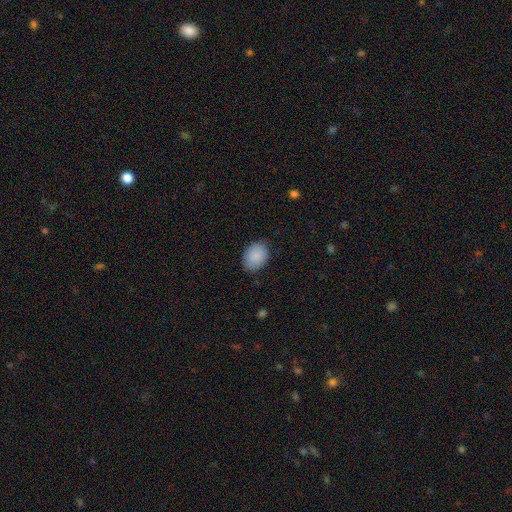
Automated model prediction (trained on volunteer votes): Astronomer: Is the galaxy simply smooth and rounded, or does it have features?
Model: smooth — 90%.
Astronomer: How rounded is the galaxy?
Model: in between — 70%.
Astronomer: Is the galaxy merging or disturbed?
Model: none — 84%.